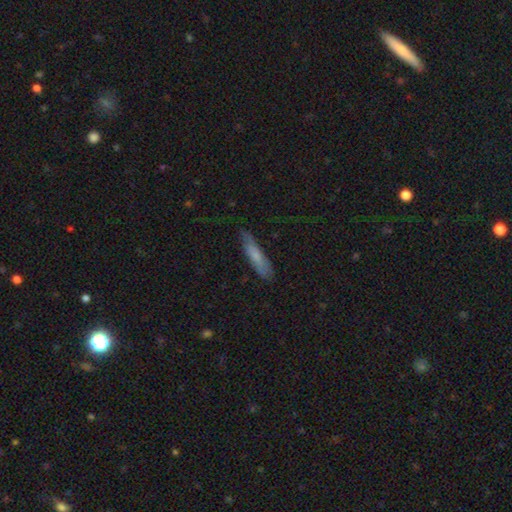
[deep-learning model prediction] Morphology: type=smooth (68%); roundness=cigar-shaped (80%); merging=none (75%).